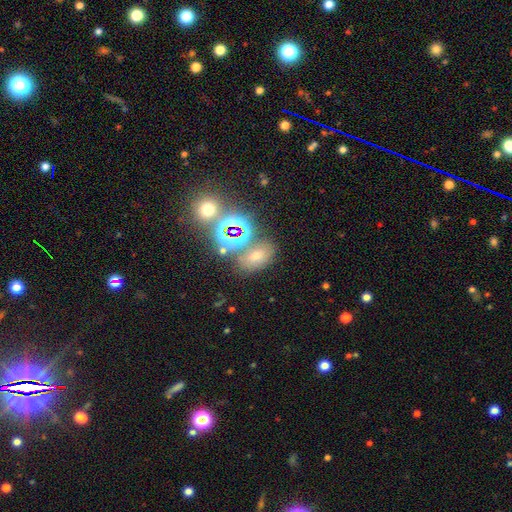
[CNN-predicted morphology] Overall: smooth (45%; star or artifact 41%). Merging: none (67%).